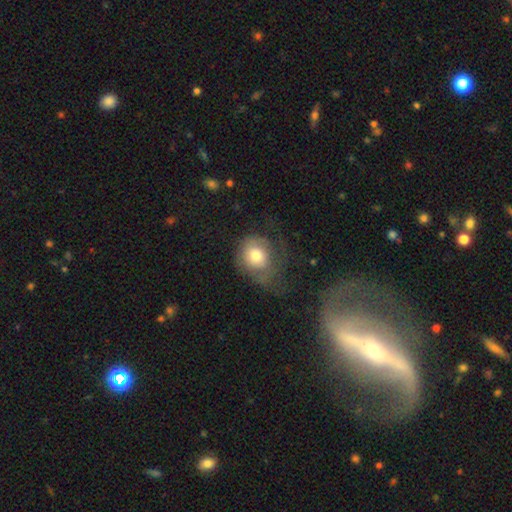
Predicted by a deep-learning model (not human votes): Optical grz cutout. It shows a smooth galaxy with no disk features (68%) that is round (72%). Merging: major disturbance (38%).